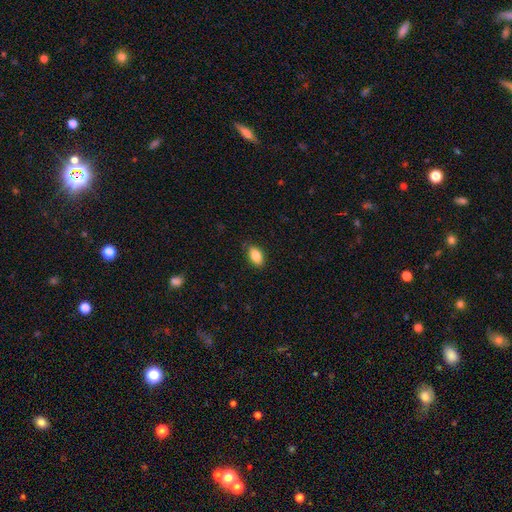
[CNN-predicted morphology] smooth 85%, star or artifact 8%, featured or disk 7%. Down the decision tree: how rounded — in between (91%); merging — none (84%).